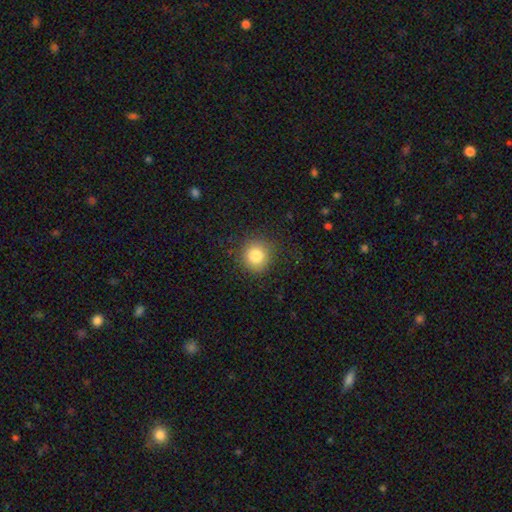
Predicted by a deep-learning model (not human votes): Overall: smooth (81%). How rounded: round (91%). Merging: none (84%).